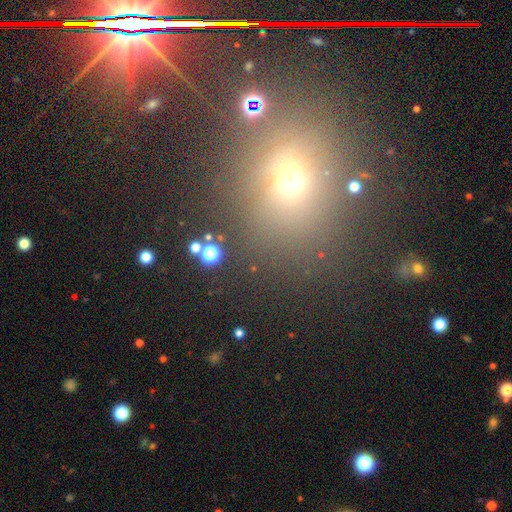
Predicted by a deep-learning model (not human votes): smooth_or_featured: star or artifact (p=0.50) [alt: smooth p=0.38]